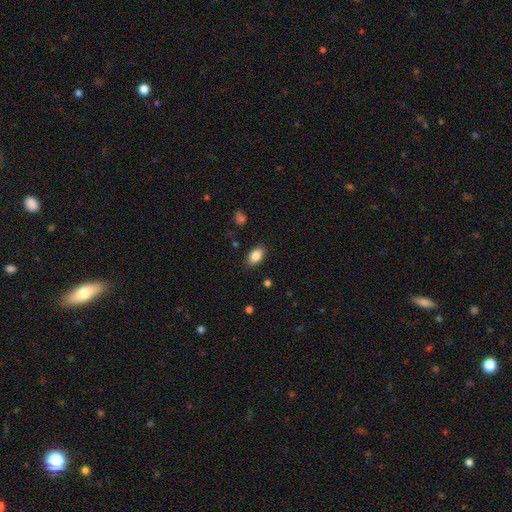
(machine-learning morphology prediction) smooth 86%, star or artifact 8%, featured or disk 6%. Down the decision tree: how rounded — in between (88%); merging — none (86%).